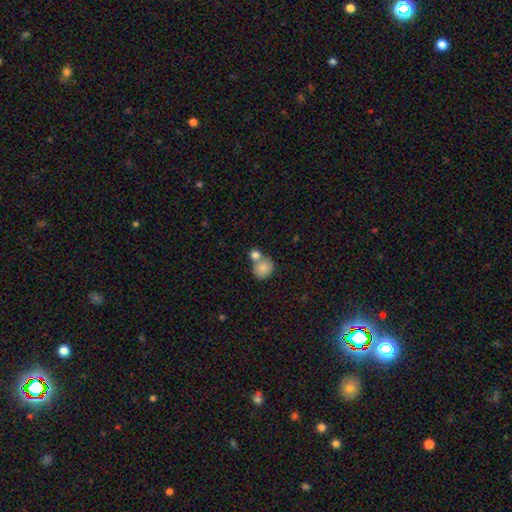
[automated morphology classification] smooth 83%, featured or disk 9%, star or artifact 8%. Down the decision tree: how rounded — round (72%); merging — merger (53%).